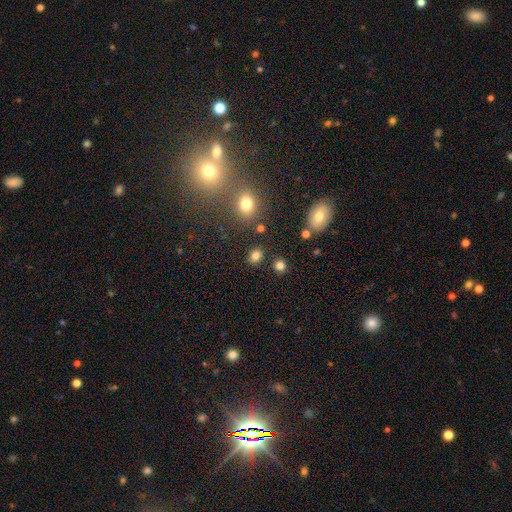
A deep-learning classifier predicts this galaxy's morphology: A smooth galaxy with no disk features (81%) that is round (57%). Merging: none (83%).